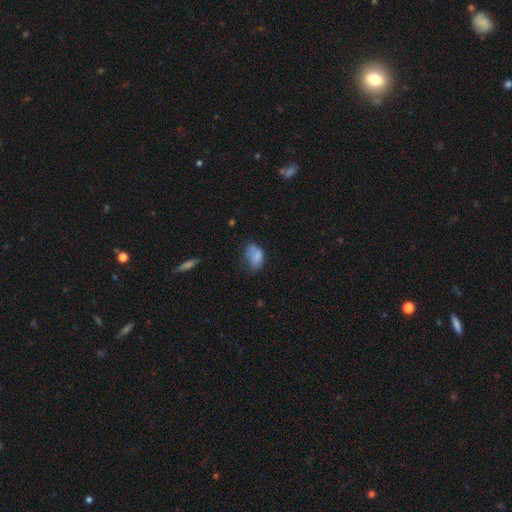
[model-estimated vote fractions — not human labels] Smooth or featured? Predicted: smooth (p=0.77). How rounded? Predicted: in between (p=0.84). Merging? Predicted: none (p=0.43).